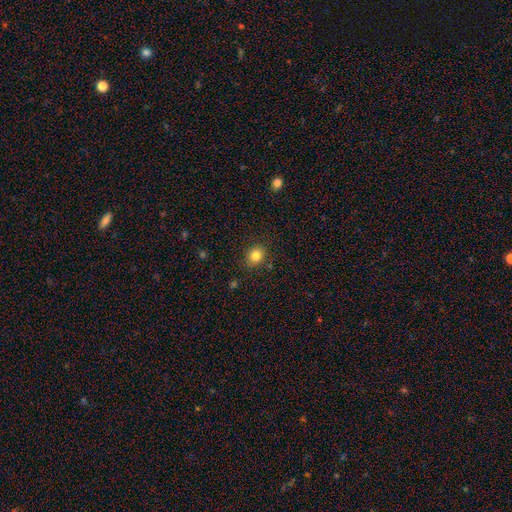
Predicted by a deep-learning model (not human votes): The model was most divided on "how rounded": round: 63%, in between: 36%, cigar-shaped: 1%. More confident: merging — none (86%); smooth or featured — smooth (83%).